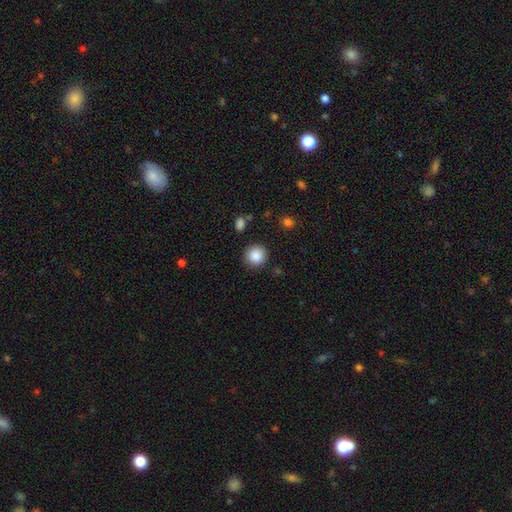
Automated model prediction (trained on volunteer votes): Q: Smooth or featured?
A: smooth (87%); runner-up: star or artifact (9%)
Q: How rounded?
A: round (93%); runner-up: in between (6%)
Q: Merging?
A: none (88%); runner-up: minor disturbance (8%)